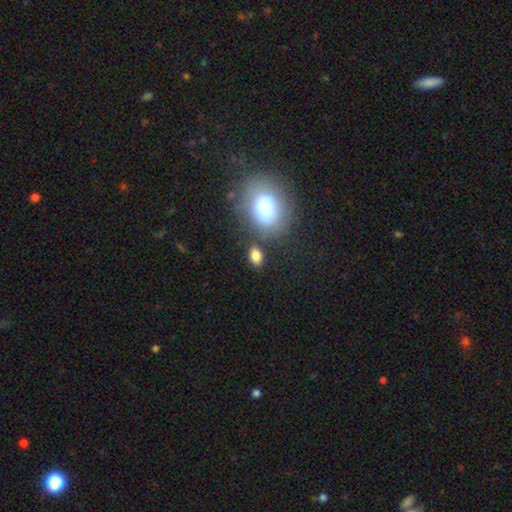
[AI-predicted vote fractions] Smooth or featured?
  - smooth: 83% *
  - star or artifact: 10%
  - featured or disk: 7%
How rounded?
  - in between: 81% *
  - round: 17%
  - cigar-shaped: 2%
Merging?
  - none: 71% *
  - minor disturbance: 14%
  - merger: 11%
  - major disturbance: 5%